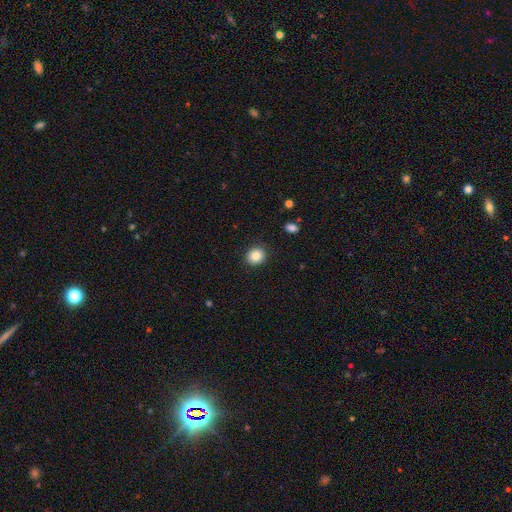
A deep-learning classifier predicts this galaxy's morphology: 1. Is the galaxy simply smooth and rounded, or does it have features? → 86% smooth, 9% star or artifact, 5% featured or disk.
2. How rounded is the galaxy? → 78% round, 21% in between, 1% cigar-shaped.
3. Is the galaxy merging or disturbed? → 90% none, 7% minor disturbance, 2% major disturbance, 1% merger.